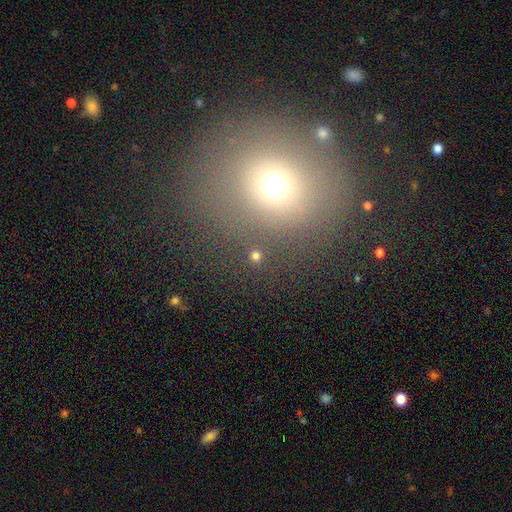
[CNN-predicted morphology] smooth-or-featured: smooth: 73% | star or artifact: 22% | featured or disk: 5%
  how-rounded: round: 91% | in between: 8% | cigar-shaped: 1%
  merging: none: 86% | minor disturbance: 6% | merger: 5% | major disturbance: 3%